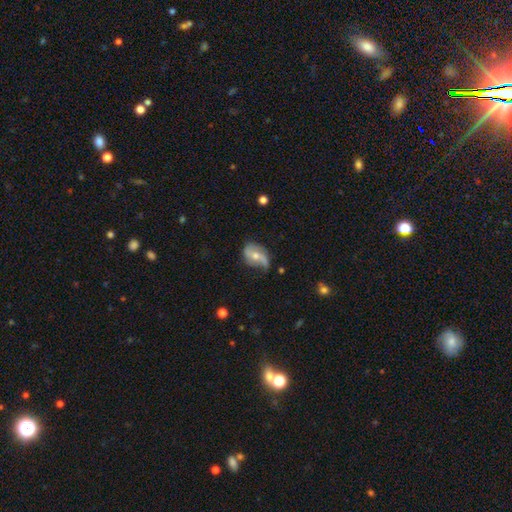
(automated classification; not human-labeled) A featured or disk galaxy (67%) with no bar (45%), 2 (75%) loose (70%) spiral arms (84%) and a moderate central bulge (62%).

Vote fractions:
- Smooth or featured? featured or disk: 67% / smooth: 26% / star or artifact: 7%
- Edge-on disk? no: 95% / yes: 5%
- Bar? no: 45% / weak: 35% / strong: 20%
- Spiral arms? yes: 84% / no: 16%
- Spiral winding? loose: 70% / medium: 22% / tight: 8%
- Spiral arm count? 2: 75% / 1: 14% / can't tell: 7% / 3: 2% / 4: 1% / more than 4: 1%
- Bulge size? moderate: 62% / small: 33% / large: 3% / none: 2% / dominant: 1%
- Merging? none: 47% / minor disturbance: 34% / major disturbance: 17% / merger: 3%